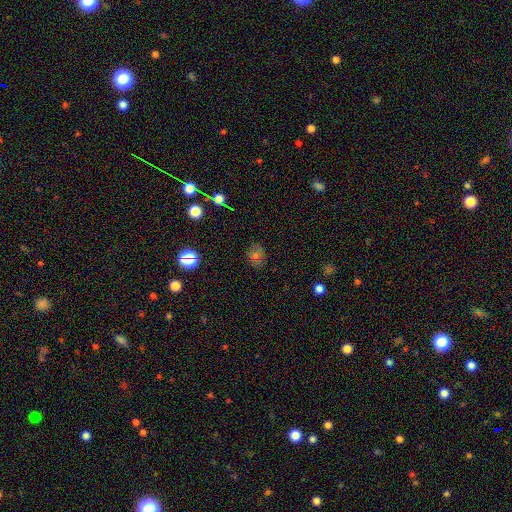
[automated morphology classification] smooth_or_featured: smooth (p=0.55) [alt: star or artifact p=0.29]
how_rounded: round (p=0.63) [alt: in between p=0.36]
merging: none (p=0.79) [alt: minor disturbance p=0.14]